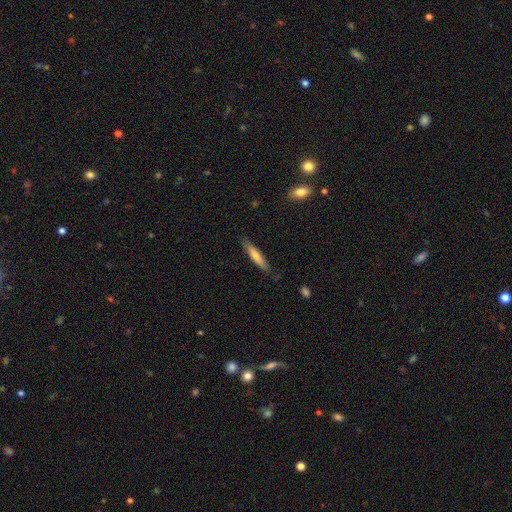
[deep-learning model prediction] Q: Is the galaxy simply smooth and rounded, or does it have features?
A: smooth — 66%.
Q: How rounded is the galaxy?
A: cigar-shaped — 89%.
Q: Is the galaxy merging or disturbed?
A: none — 84%.